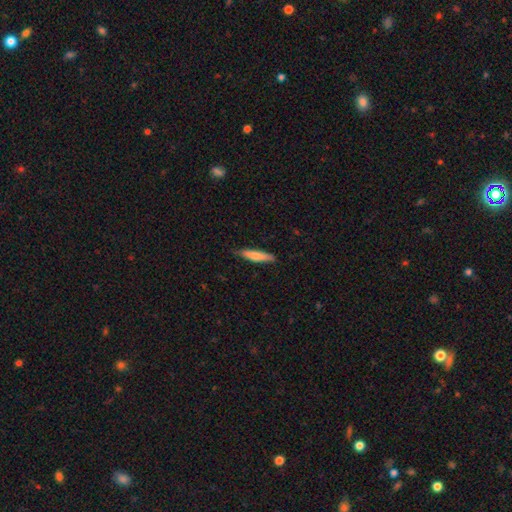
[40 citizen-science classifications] Smooth or featured? 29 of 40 (72%) said smooth. How rounded? 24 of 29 (83%) said cigar-shaped. Merging? 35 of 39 (90%) said none.